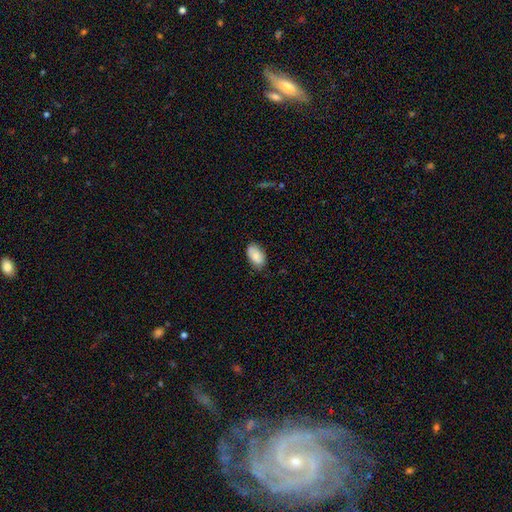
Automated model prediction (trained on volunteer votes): Smooth or featured: smooth — 83% (featured or disk — 10%)
How rounded: in between — 93% (round — 5%)
Merging: none — 76% (minor disturbance — 19%)